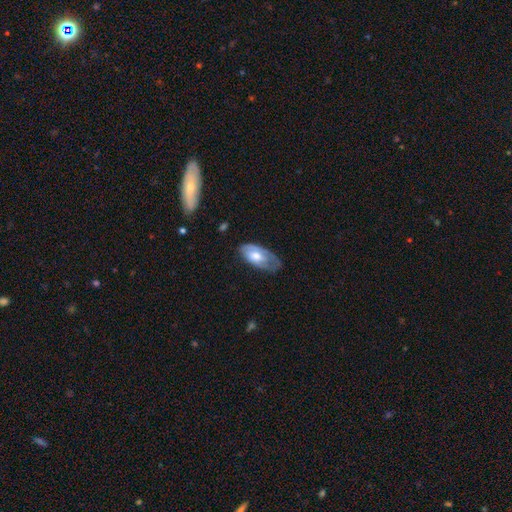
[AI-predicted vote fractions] Smooth or featured: featured or disk — 48% (smooth — 46%)
Merging: none — 51% (minor disturbance — 33%)